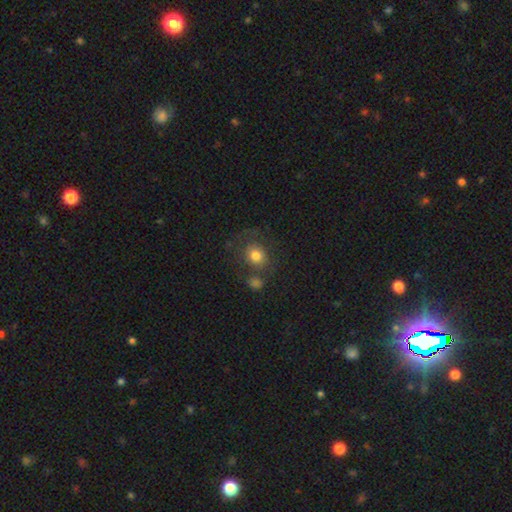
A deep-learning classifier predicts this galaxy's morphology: smooth-or-featured: smooth: 74% | featured or disk: 15% | star or artifact: 11%
  how-rounded: round: 74% | in between: 25% | cigar-shaped: 1%
  merging: none: 59% | minor disturbance: 16% | merger: 14% | major disturbance: 11%